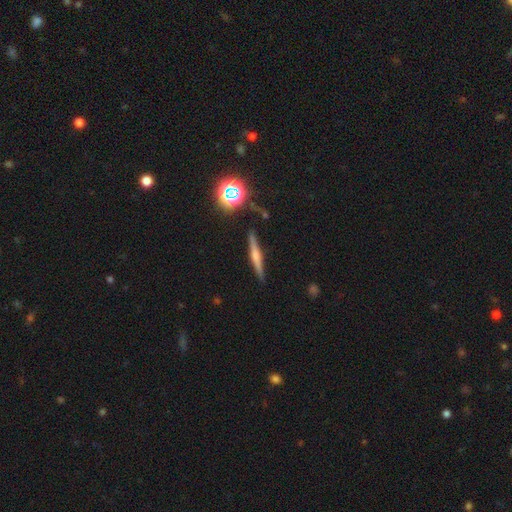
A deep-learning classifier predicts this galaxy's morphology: Smooth or featured: featured or disk — 57% (smooth — 32%)
Edge-on disk: yes — 97% (no — 3%)
Edge-on bulge: rounded — 63% (boxy — 22%)
Merging: none — 87% (minor disturbance — 9%)